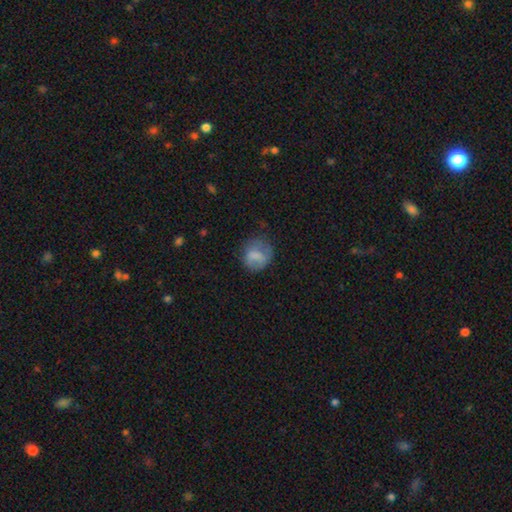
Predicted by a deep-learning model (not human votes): Q: Smooth or featured?
A: smooth (74%); runner-up: featured or disk (17%)
Q: How rounded?
A: round (73%); runner-up: in between (26%)
Q: Merging?
A: none (54%); runner-up: minor disturbance (27%)